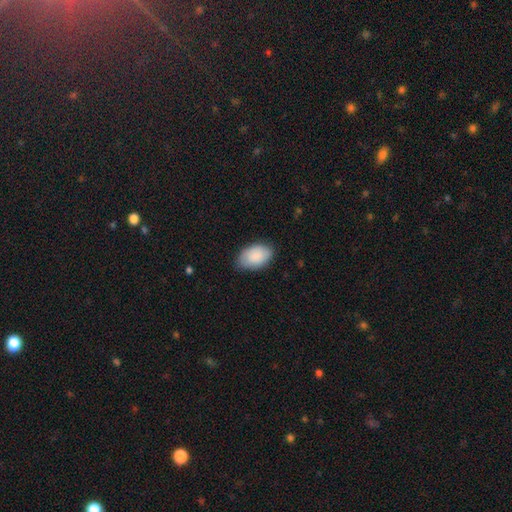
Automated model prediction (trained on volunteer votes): smooth-or-featured: smooth: 87% | featured or disk: 7% | star or artifact: 6%
  how-rounded: in between: 92% | round: 7% | cigar-shaped: 1%
  merging: none: 79% | minor disturbance: 17% | major disturbance: 3% | merger: 1%